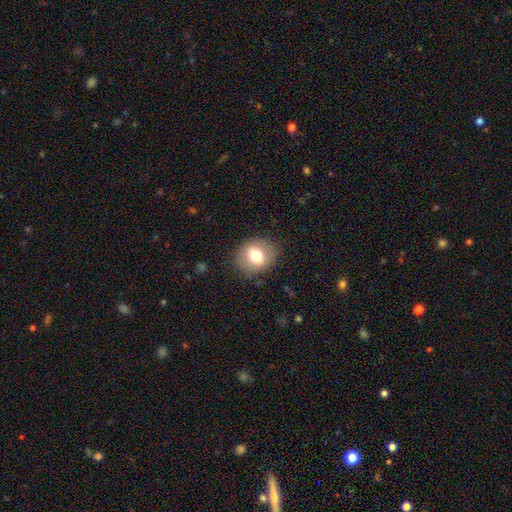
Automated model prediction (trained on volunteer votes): A smooth galaxy with no disk features (73%) that is round (66%).

Vote fractions:
- Smooth or featured? smooth: 73% / featured or disk: 17% / star or artifact: 9%
- How rounded? round: 66% / in between: 34% / cigar-shaped: 1%
- Merging? none: 85% / minor disturbance: 10% / major disturbance: 4% / merger: 1%